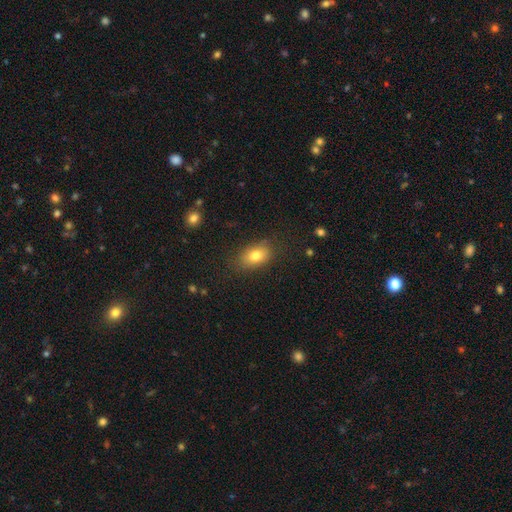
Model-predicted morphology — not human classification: smooth-or-featured: smooth: 79% | featured or disk: 12% | star or artifact: 10%
  how-rounded: in between: 83% | round: 15% | cigar-shaped: 2%
  merging: none: 79% | minor disturbance: 15% | major disturbance: 5% | merger: 1%